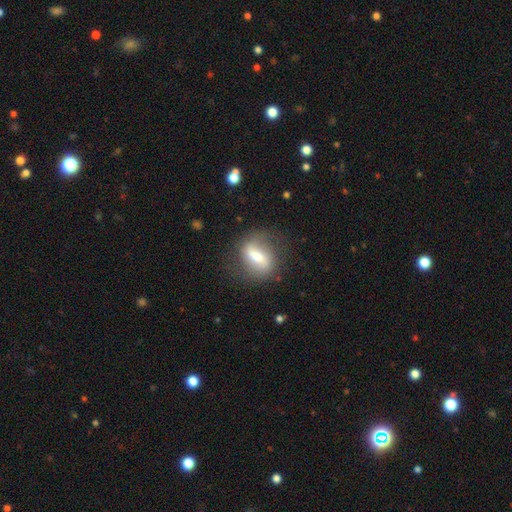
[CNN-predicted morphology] This is possibly a featured or disk galaxy (49%). Merging: likely none (74%).